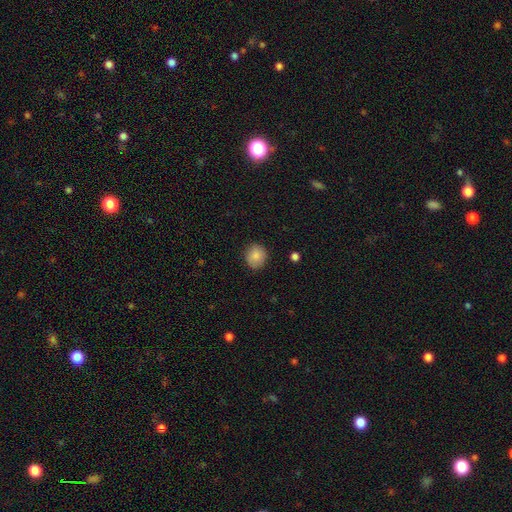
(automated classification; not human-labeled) smooth 85%, star or artifact 8%, featured or disk 7%. Down the decision tree: how rounded — round (79%); merging — none (85%).